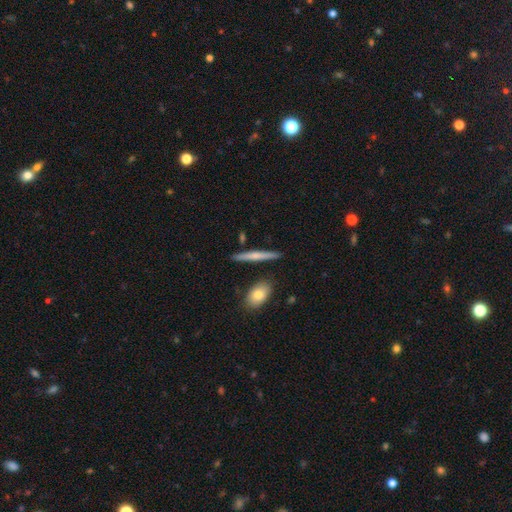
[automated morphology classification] The model was most divided on "smooth or featured": smooth: 53%, featured or disk: 41%, star or artifact: 6%. More confident: how rounded — cigar-shaped (93%); merging — none (88%).